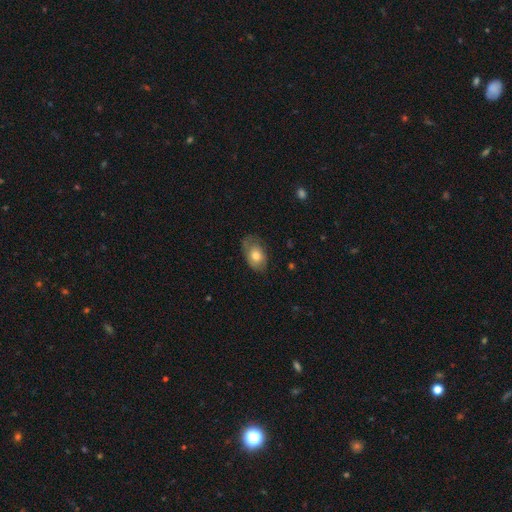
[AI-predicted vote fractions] smooth_or_featured: smooth (p=0.65) [alt: featured or disk p=0.28]
how_rounded: in between (p=0.84) [alt: round p=0.15]
merging: none (p=0.57) [alt: minor disturbance p=0.29]